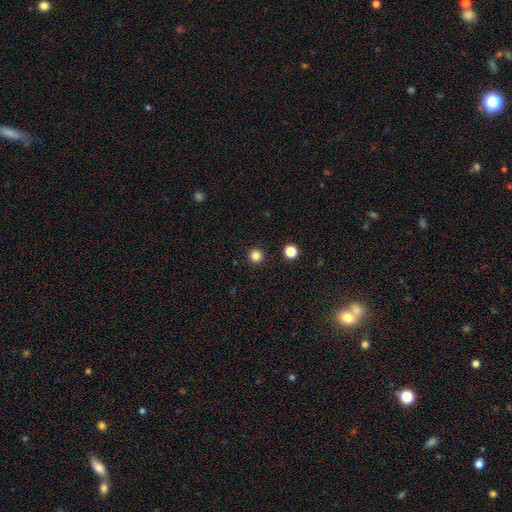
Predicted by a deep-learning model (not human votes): This appears to be a smooth galaxy with no disk features (84%) that is round (96%). Merging: none (93%).